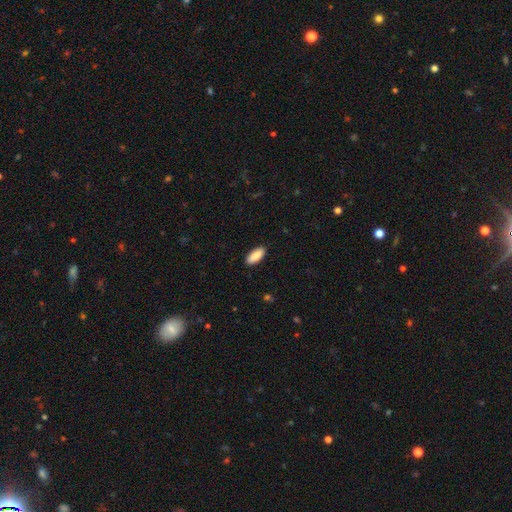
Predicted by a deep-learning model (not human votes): Smooth or featured: smooth — 90% (star or artifact — 6%)
How rounded: in between — 85% (cigar-shaped — 13%)
Merging: none — 90% (minor disturbance — 7%)